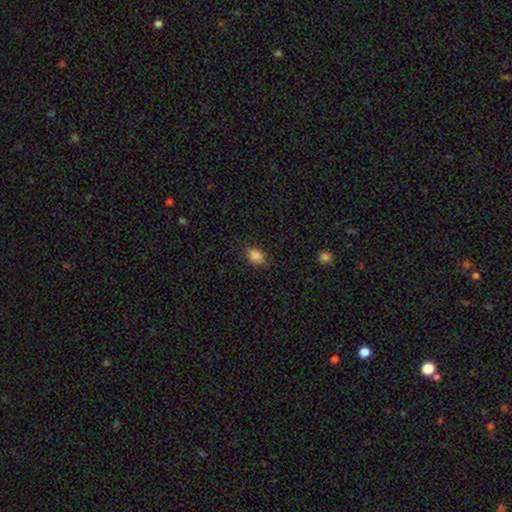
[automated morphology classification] Overall: smooth (86%). How rounded: in between (80%). Merging: none (84%).